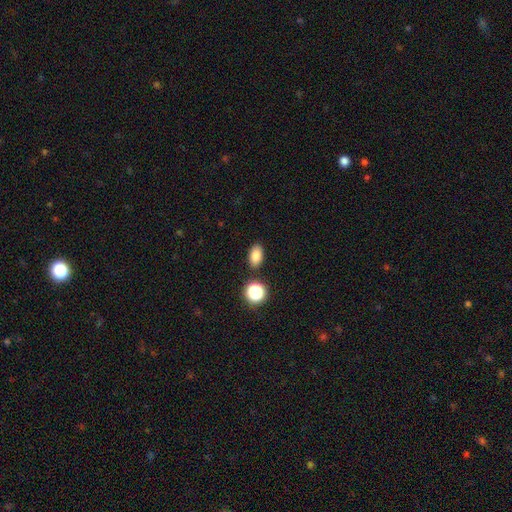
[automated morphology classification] Q: Smooth or featured?
A: smooth (81%); runner-up: star or artifact (12%)
Q: How rounded?
A: in between (86%); runner-up: round (12%)
Q: Merging?
A: none (85%); runner-up: minor disturbance (9%)